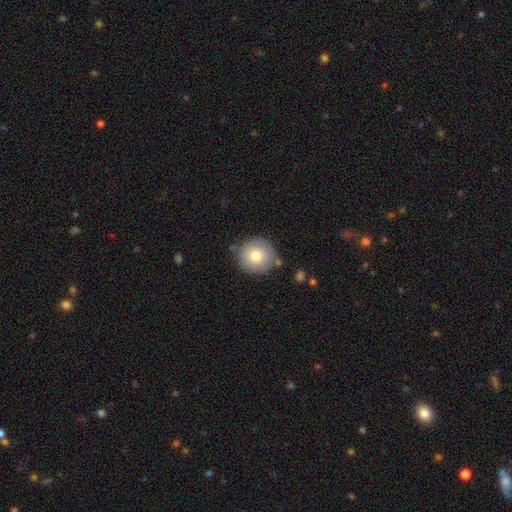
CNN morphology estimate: type=smooth (77%); roundness=round (94%); merging=none (76%).